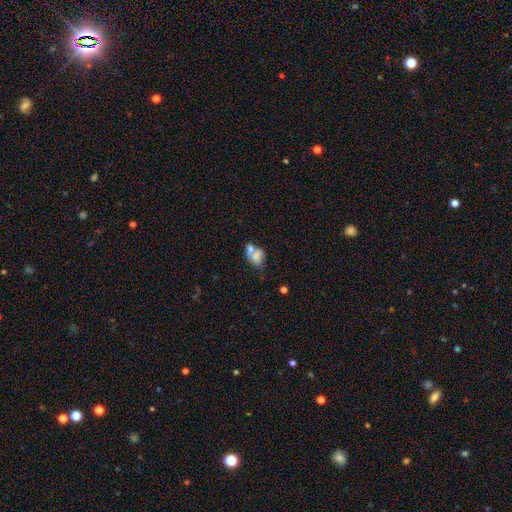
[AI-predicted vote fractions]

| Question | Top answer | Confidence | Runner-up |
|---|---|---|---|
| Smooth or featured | smooth | 65% | featured or disk (24%) |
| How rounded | in between | 72% | round (26%) |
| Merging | merger | 51% | none (25%) |